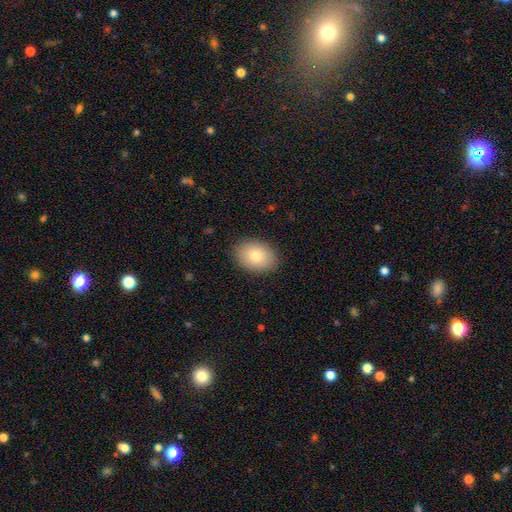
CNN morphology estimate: Q: Smooth or featured?
A: smooth (82%); runner-up: featured or disk (10%)
Q: How rounded?
A: in between (72%); runner-up: round (27%)
Q: Merging?
A: none (88%); runner-up: minor disturbance (9%)